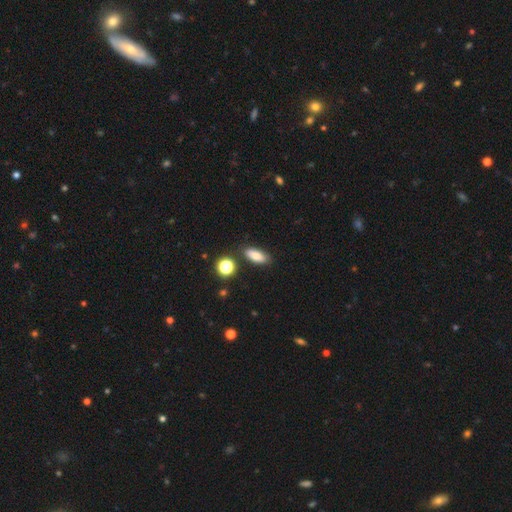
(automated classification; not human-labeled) The model was most divided on "how rounded": in between: 76%, cigar-shaped: 20%, round: 5%. More confident: merging — none (83%); smooth or featured — smooth (81%).